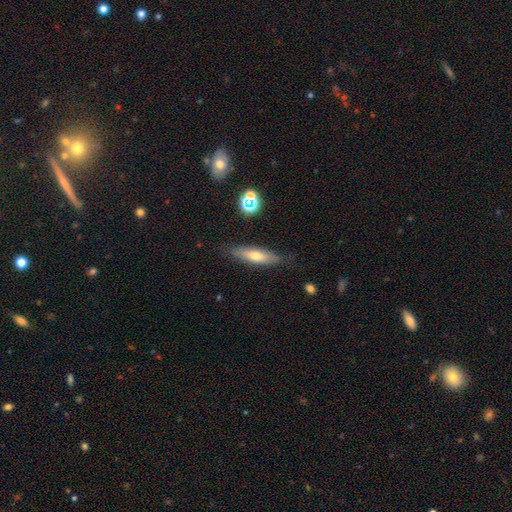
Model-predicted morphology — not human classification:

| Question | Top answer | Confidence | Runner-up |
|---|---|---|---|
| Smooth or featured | smooth | 59% | featured or disk (33%) |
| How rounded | cigar-shaped | 68% | in between (30%) |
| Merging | none | 80% | minor disturbance (14%) |